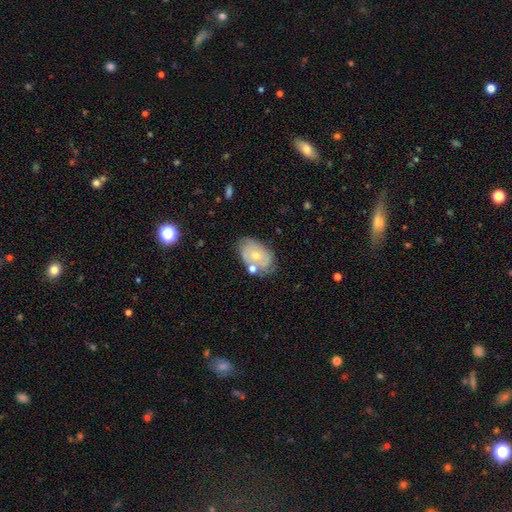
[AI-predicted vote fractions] This appears to be a smooth galaxy with no disk features (52%) that is in between round and cigar-shaped (82%). Merging: none (57%).